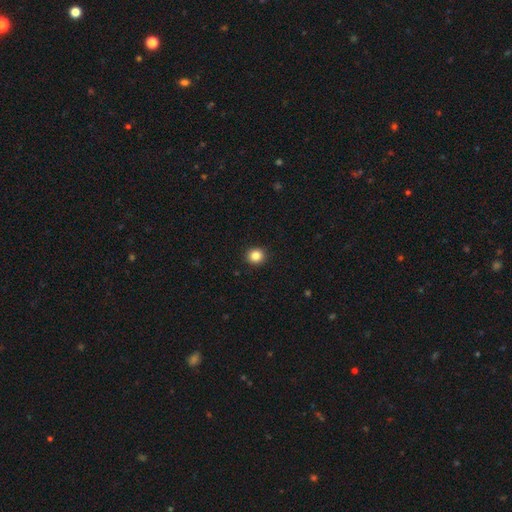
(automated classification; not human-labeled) Q: Smooth or featured?
A: smooth (85%); runner-up: star or artifact (10%)
Q: How rounded?
A: round (88%); runner-up: in between (11%)
Q: Merging?
A: none (93%); runner-up: minor disturbance (5%)